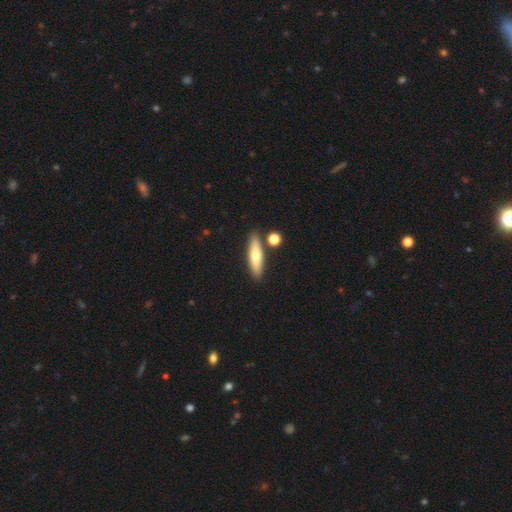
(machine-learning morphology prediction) Smooth or featured? smooth (64%)
How rounded? cigar-shaped (69%)
Merging? none (82%)